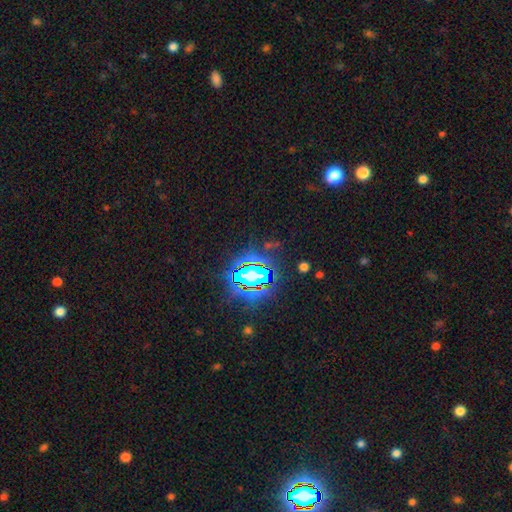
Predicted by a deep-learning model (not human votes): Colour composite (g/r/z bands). It shows a star or artifact, not a galaxy (84%).